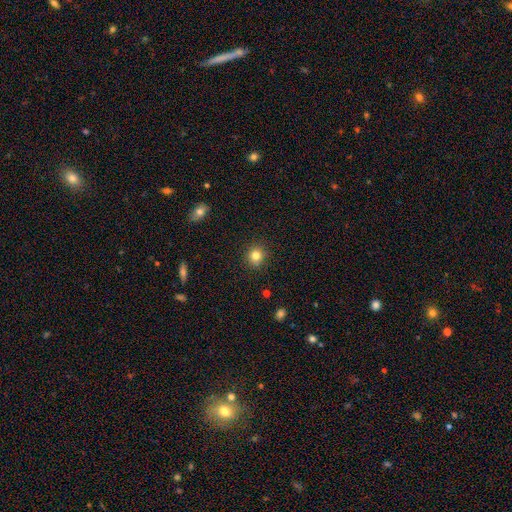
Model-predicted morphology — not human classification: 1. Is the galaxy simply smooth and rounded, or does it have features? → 82% smooth, 12% star or artifact, 6% featured or disk.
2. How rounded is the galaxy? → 89% round, 10% in between, 1% cigar-shaped.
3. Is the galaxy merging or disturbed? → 90% none, 7% minor disturbance, 2% major disturbance, 1% merger.